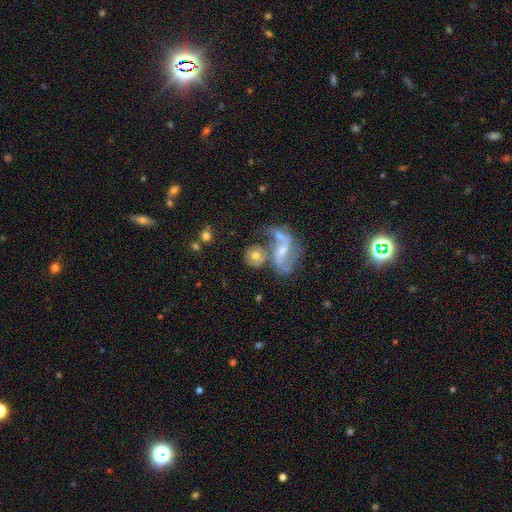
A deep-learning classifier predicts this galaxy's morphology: Smooth or featured?
  - smooth: 45% * (tied)
  - featured or disk: 45% * (tied)
  - star or artifact: 10%
Merging?
  - merger: 40% *
  - none: 38%
  - minor disturbance: 12%
  - major disturbance: 9%